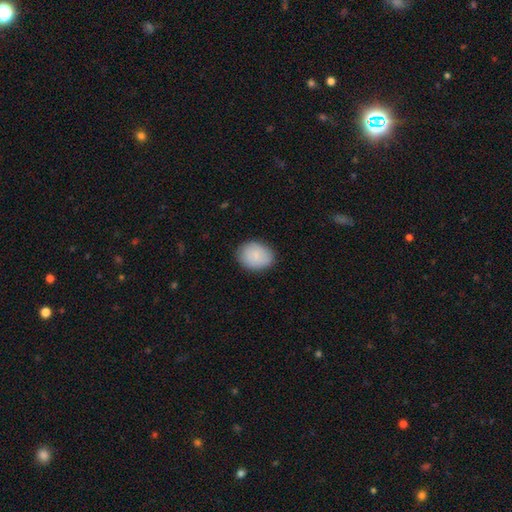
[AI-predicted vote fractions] Smooth or featured? smooth (86%)
How rounded? in between (60%)
Merging? none (83%)